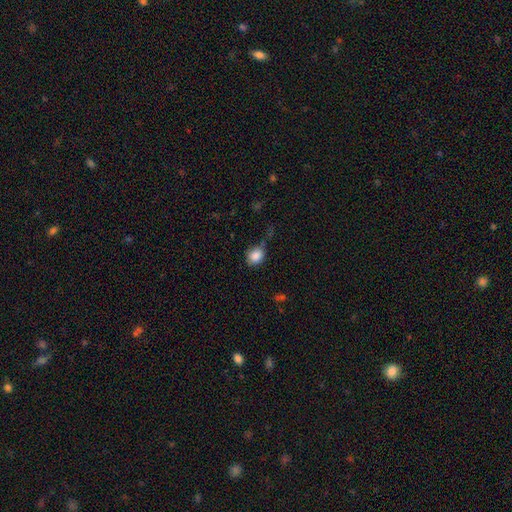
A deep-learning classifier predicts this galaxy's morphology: Smooth or featured? Predicted: smooth (p=0.86). How rounded? Predicted: round (p=0.67). Merging? Predicted: none (p=0.53).